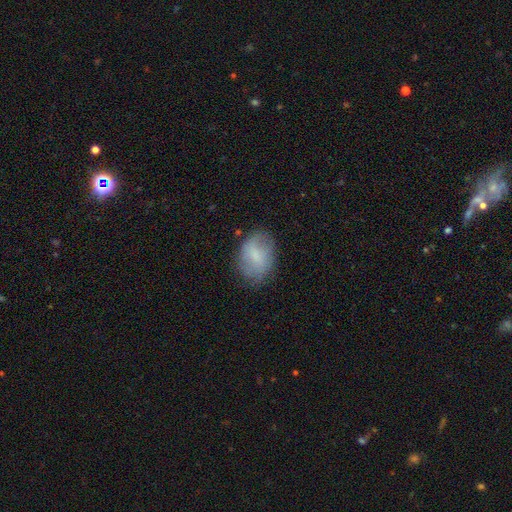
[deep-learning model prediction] Smooth or featured? smooth (69%)
How rounded? in between (75%)
Merging? none (68%)